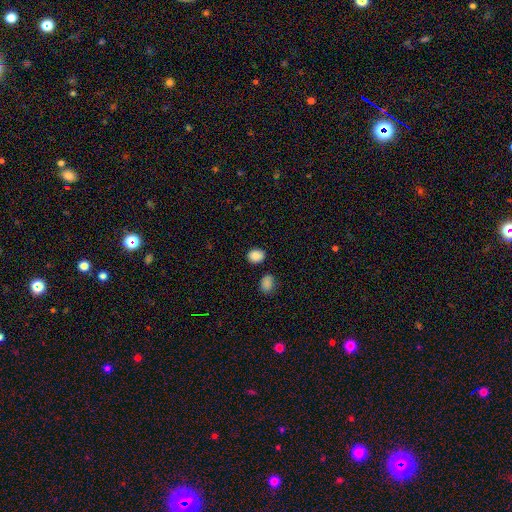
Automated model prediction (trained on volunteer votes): A smooth galaxy with no disk features (87%) that is in between round and cigar-shaped (54%). Merging: none (82%).